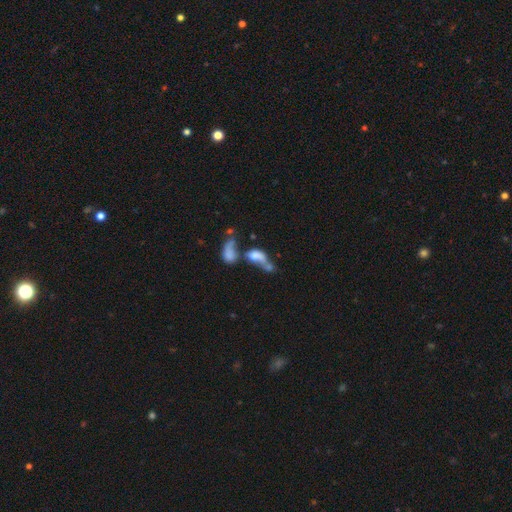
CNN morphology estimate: Smooth or featured? smooth (53%)
How rounded? in between (71%)
Merging? merger (66%)